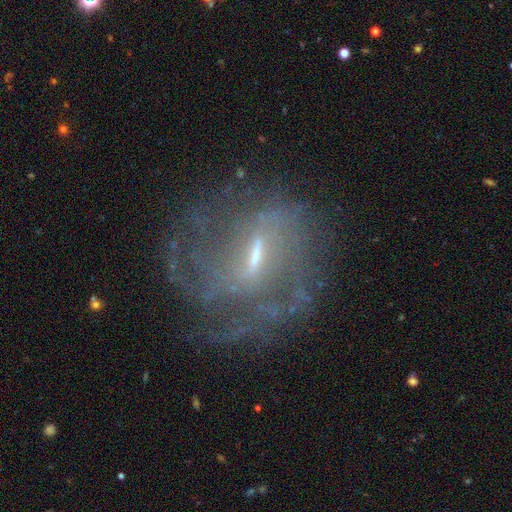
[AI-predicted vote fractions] Overall: featured or disk (81%). Edge-on disk: no (91%). Bar: strong (50%; weak 40%). Spiral arms: yes (81%). Spiral arm count: 2 (47%; can't tell 30%). Spiral winding: medium (40%; loose 34%). Bulge size: small (50%; moderate 33%). Merging: none (56%; major disturbance 21%).